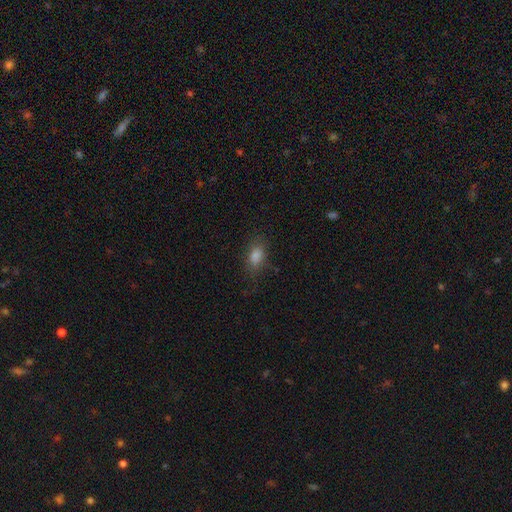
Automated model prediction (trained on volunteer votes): Smooth or featured? Predicted: smooth (p=0.79). How rounded? Predicted: in between (p=0.80). Merging? Predicted: none (p=0.77).